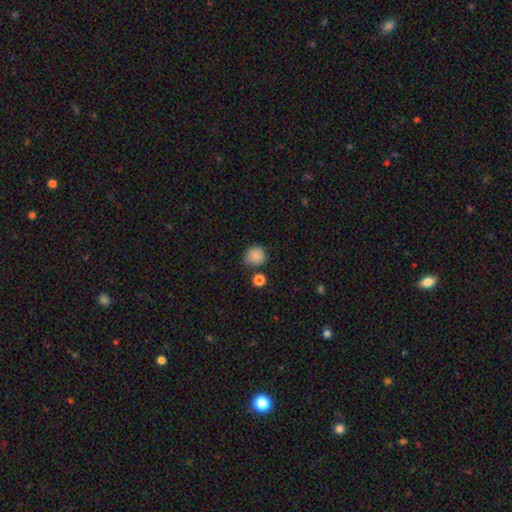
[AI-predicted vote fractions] Smooth or featured?
  - smooth: 85% *
  - star or artifact: 10%
  - featured or disk: 5%
How rounded?
  - round: 86% *
  - in between: 14%
  - cigar-shaped: 1%
Merging?
  - none: 69% *
  - minor disturbance: 20%
  - merger: 7%
  - major disturbance: 5%